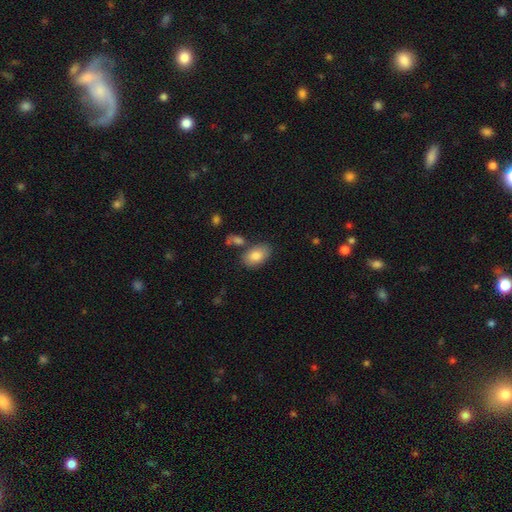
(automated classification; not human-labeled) Smooth or featured? smooth (82%)
How rounded? in between (91%)
Merging? none (72%)